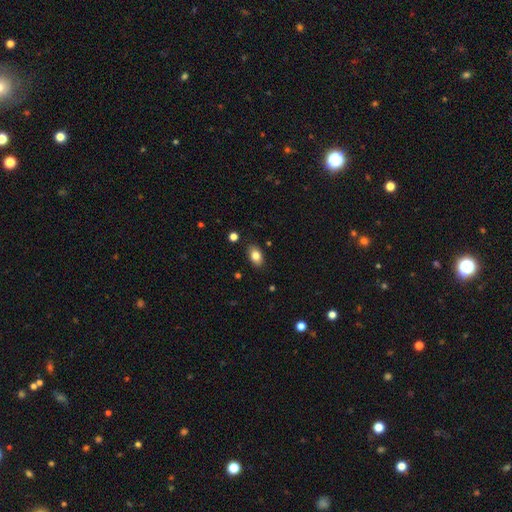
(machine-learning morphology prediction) Q: Smooth or featured?
A: smooth (82%); runner-up: featured or disk (10%)
Q: How rounded?
A: in between (90%); runner-up: round (9%)
Q: Merging?
A: none (86%); runner-up: minor disturbance (10%)